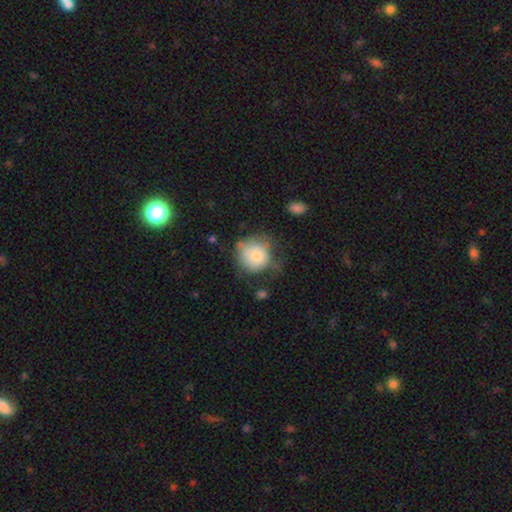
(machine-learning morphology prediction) The model was most divided on "merging": none: 41%, minor disturbance: 35%, major disturbance: 20%, merger: 5%. More confident: how rounded — round (86%); smooth or featured — smooth (75%).